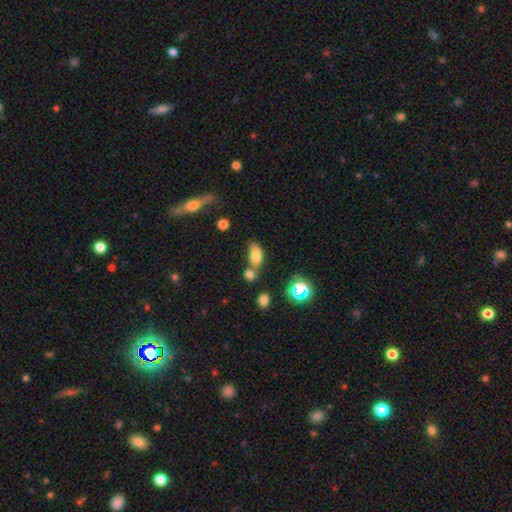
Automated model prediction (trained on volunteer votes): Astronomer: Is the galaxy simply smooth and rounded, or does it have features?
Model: smooth — 76%.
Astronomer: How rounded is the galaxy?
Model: in between — 84%.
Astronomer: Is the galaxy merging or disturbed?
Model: none — 46% (runner-up: merger, 31%).